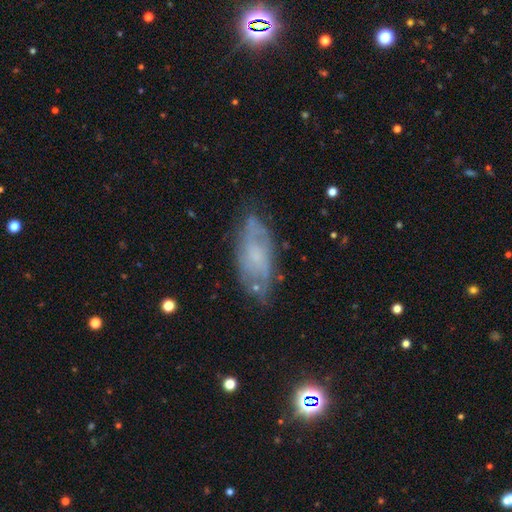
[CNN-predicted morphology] The model was most divided on "smooth or featured": featured or disk: 54%, smooth: 37%, star or artifact: 9%. More confident: edge-on disk — no (85%); merging — none (68%).